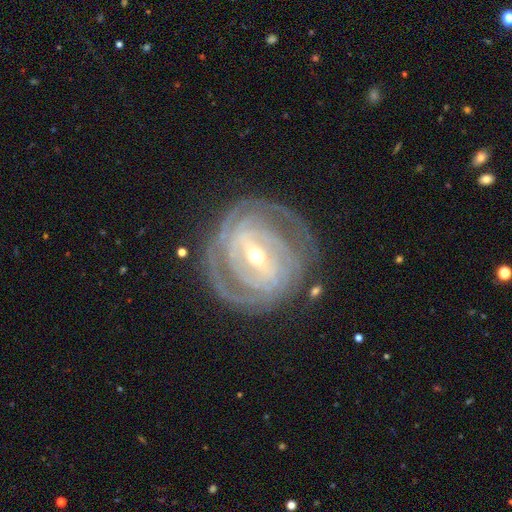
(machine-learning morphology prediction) type=featured or disk (89%); edge-on=no (95%); bar=strong (57%); spiral arms=yes (95%); winding=tight (79%); arm count=2 (29%); bulge=small (57%); merging=none (78%).